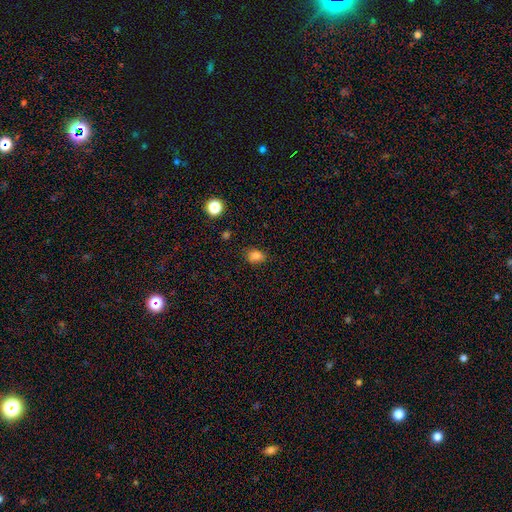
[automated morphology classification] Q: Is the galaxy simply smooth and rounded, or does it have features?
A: smooth — 81%.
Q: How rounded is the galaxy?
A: in between — 65%.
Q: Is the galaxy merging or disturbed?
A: none — 78%.